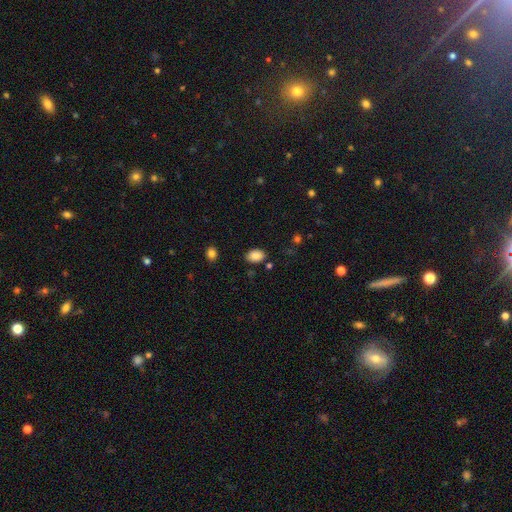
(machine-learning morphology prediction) smooth-or-featured: smooth: 87% | star or artifact: 8% | featured or disk: 4%
  how-rounded: in between: 84% | round: 15% | cigar-shaped: 1%
  merging: none: 83% | minor disturbance: 12% | major disturbance: 3% | merger: 3%